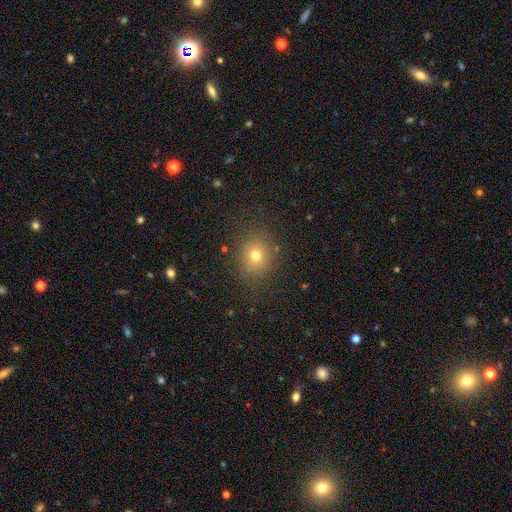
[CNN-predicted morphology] The model was most divided on "how rounded": round: 74%, in between: 26%, cigar-shaped: 1%. More confident: merging — none (84%); smooth or featured — smooth (72%).